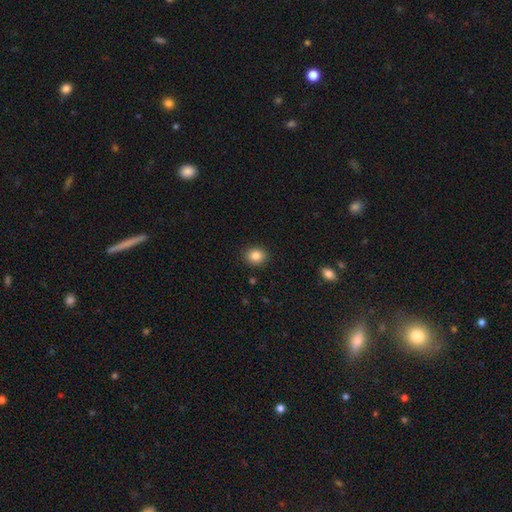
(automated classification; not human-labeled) Smooth or featured? Predicted: smooth (p=0.85). How rounded? Predicted: round (p=0.68). Merging? Predicted: none (p=0.90).